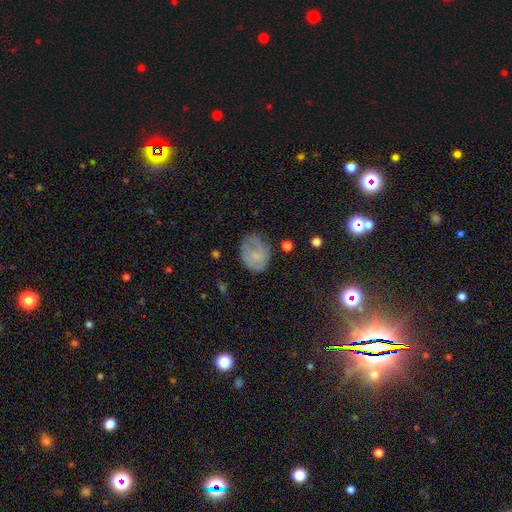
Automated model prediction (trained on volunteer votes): A smooth galaxy with no disk features (62%) that is round (51%). Merging: none (56%).